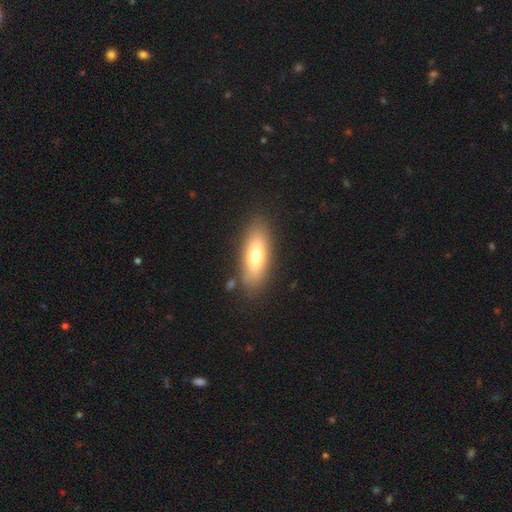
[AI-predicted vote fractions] Smooth or featured? Predicted: smooth (p=0.68). How rounded? Predicted: in between (p=0.67). Merging? Predicted: none (p=0.83).